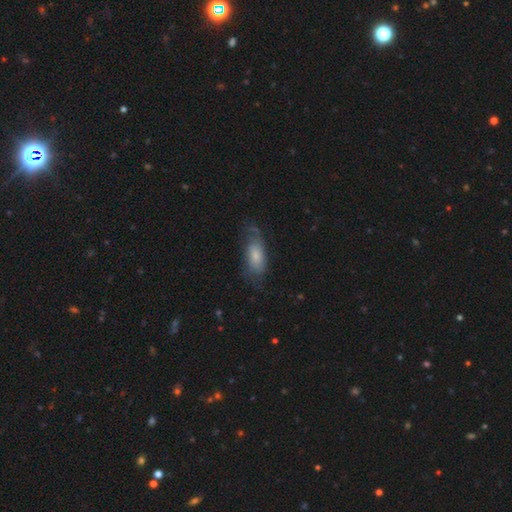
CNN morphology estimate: smooth_or_featured: smooth (p=0.55) [alt: featured or disk p=0.37]
how_rounded: in between (p=0.82) [alt: cigar-shaped p=0.15]
merging: none (p=0.51) [alt: minor disturbance p=0.27]